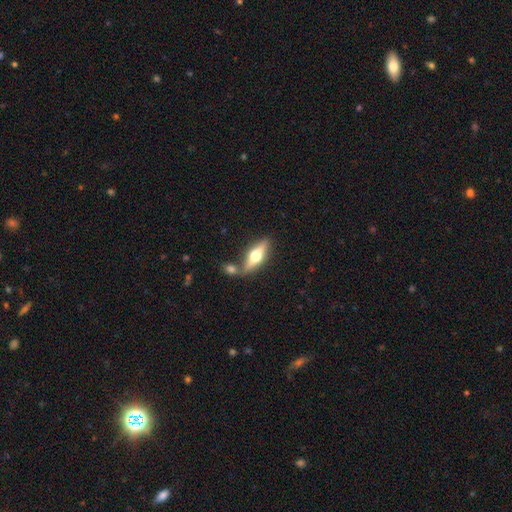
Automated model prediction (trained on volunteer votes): Morphology: type=featured or disk (54%); edge-on=yes (89%); merging=none (63%).